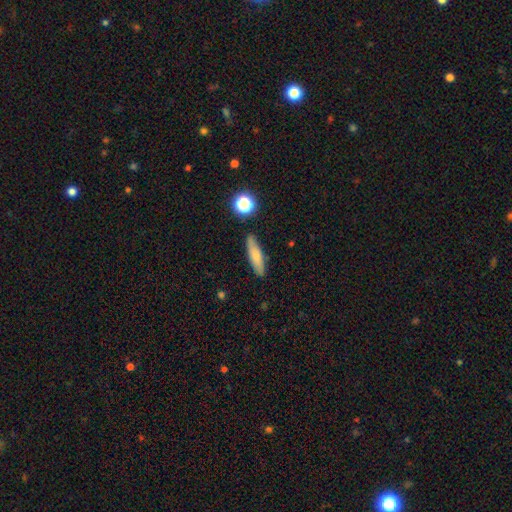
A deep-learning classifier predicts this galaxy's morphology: A smooth galaxy with no disk features (72%) that is cigar-shaped (67%). Merging: none (85%).